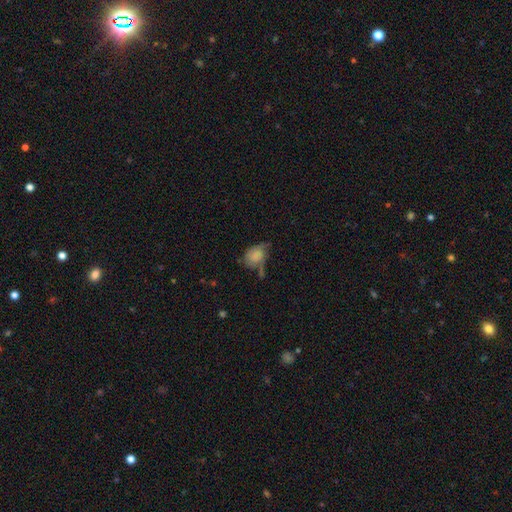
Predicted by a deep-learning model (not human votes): Q: Smooth or featured?
A: smooth (76%); runner-up: featured or disk (16%)
Q: How rounded?
A: in between (71%); runner-up: round (28%)
Q: Merging?
A: none (35%); runner-up: minor disturbance (33%)